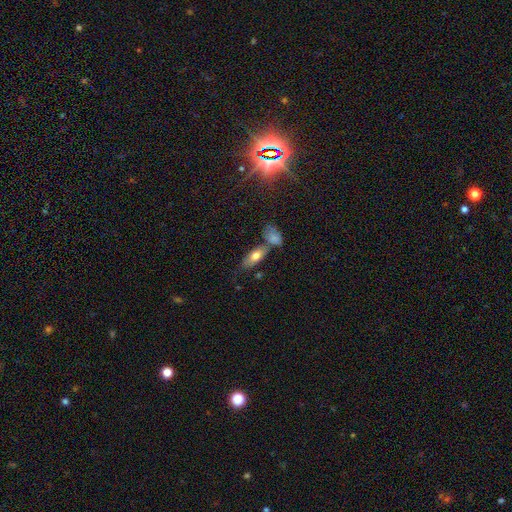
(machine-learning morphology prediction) Smooth or featured? smooth (70%)
How rounded? in between (79%)
Merging? none (59%)